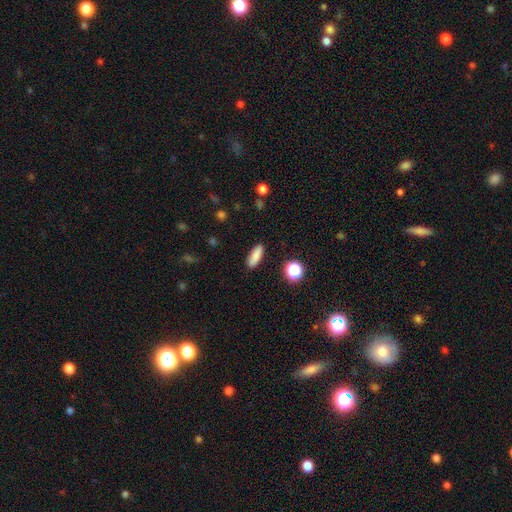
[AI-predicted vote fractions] Overall: smooth (85%). How rounded: in between (59%; cigar-shaped 37%). Merging: none (89%).